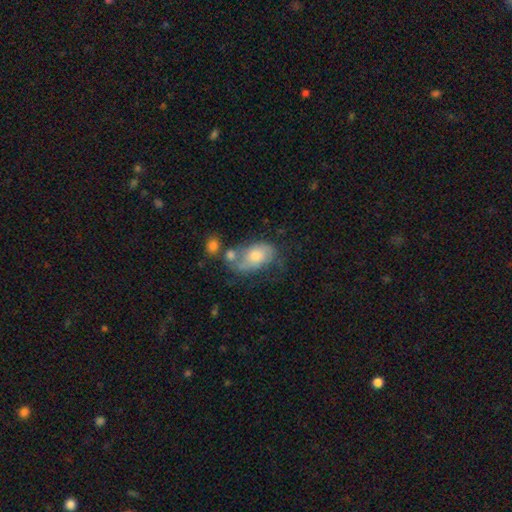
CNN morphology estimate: This appears to be a smooth galaxy with no disk features (47%). Merging: none (35%).